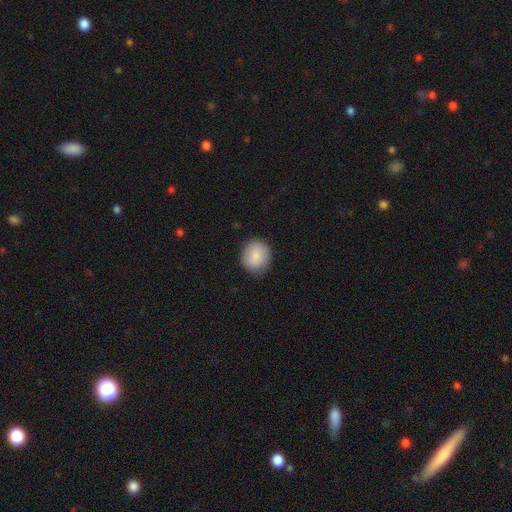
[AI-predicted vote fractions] Smooth or featured: smooth — 87% (star or artifact — 7%)
How rounded: round — 75% (in between — 24%)
Merging: none — 85% (minor disturbance — 11%)